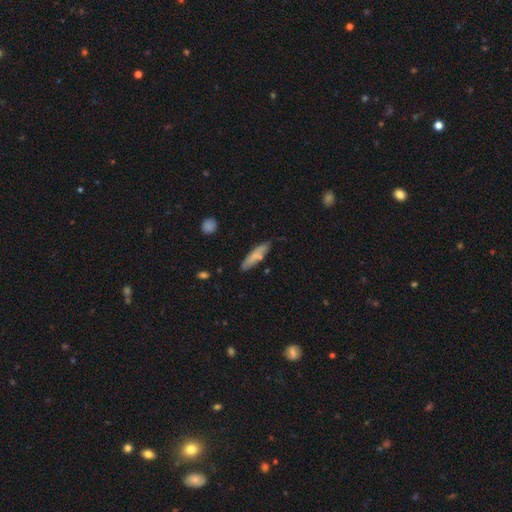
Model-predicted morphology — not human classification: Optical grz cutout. It shows a smooth galaxy with no disk features (75%) that is cigar-shaped (72%). Merging: none (72%).